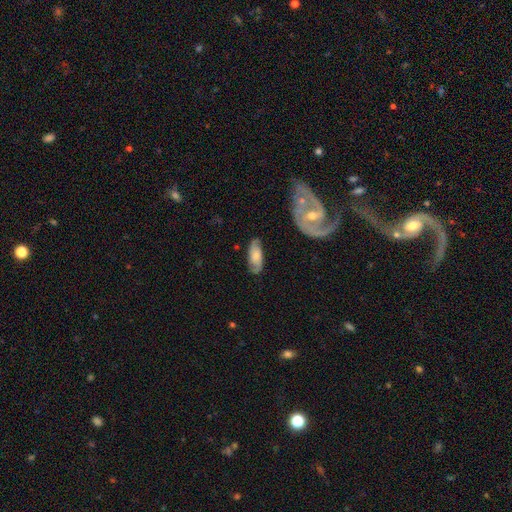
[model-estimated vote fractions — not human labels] featured or disk 52%, smooth 41%, star or artifact 7%. Down the decision tree: edge-on disk — no (88%); merging — none (76%).